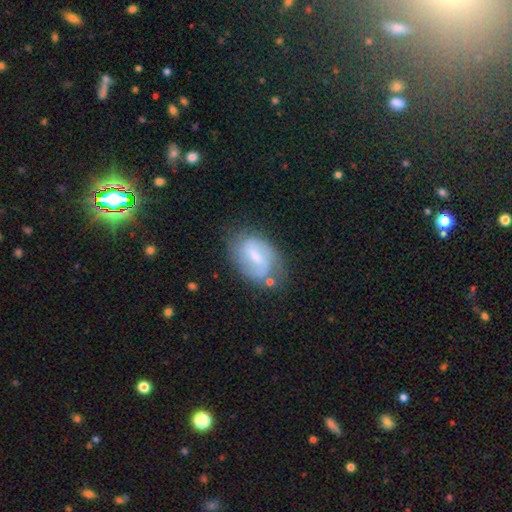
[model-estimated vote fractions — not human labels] smooth_or_featured: featured or disk (p=0.69) [alt: smooth p=0.24]
disk_edge_on: no (p=0.97) [alt: yes p=0.03]
bar: weak (p=0.57) [alt: strong p=0.28]
has_spiral_arms: yes (p=0.86) [alt: no p=0.14]
spiral_winding: medium (p=0.45) [alt: loose p=0.31]
spiral_arm_count: 2 (p=0.73) [alt: can't tell p=0.14]
bulge_size: small (p=0.54) [alt: moderate p=0.33]
merging: none (p=0.63) [alt: minor disturbance p=0.23]